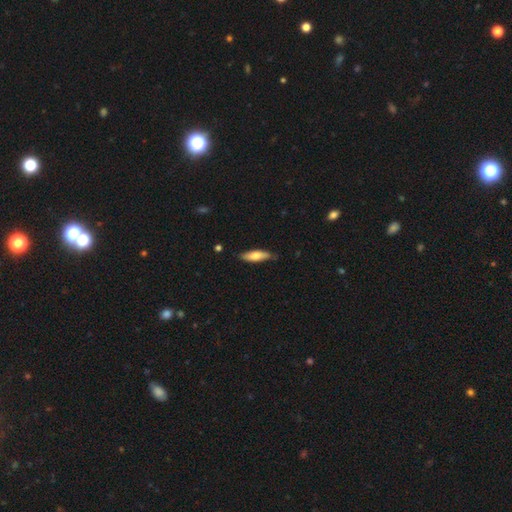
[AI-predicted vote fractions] This is likely a smooth galaxy (72%). How rounded: possibly cigar-shaped (52%). Merging: clearly none (81%).